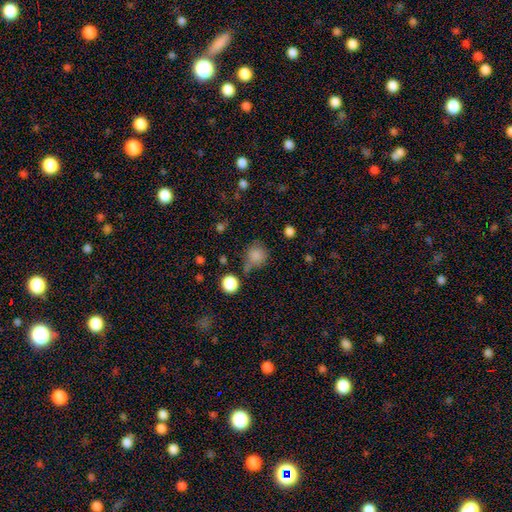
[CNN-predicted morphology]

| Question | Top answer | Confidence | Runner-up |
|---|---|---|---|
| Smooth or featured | smooth | 83% | star or artifact (12%) |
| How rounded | round | 87% | in between (12%) |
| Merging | none | 63% | minor disturbance (20%) |